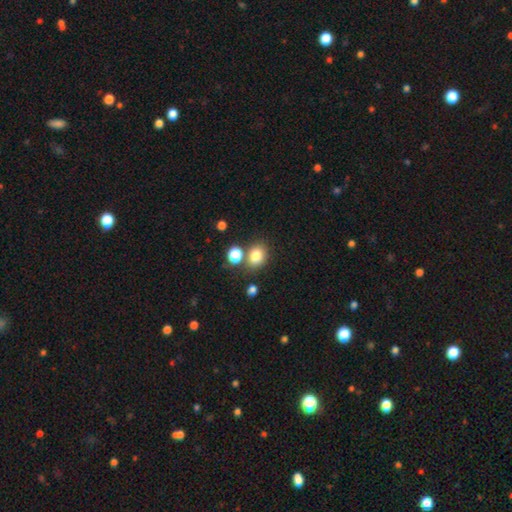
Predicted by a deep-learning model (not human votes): Smooth or featured: smooth — 81% (star or artifact — 12%)
How rounded: round — 60% (in between — 39%)
Merging: none — 67% (merger — 18%)